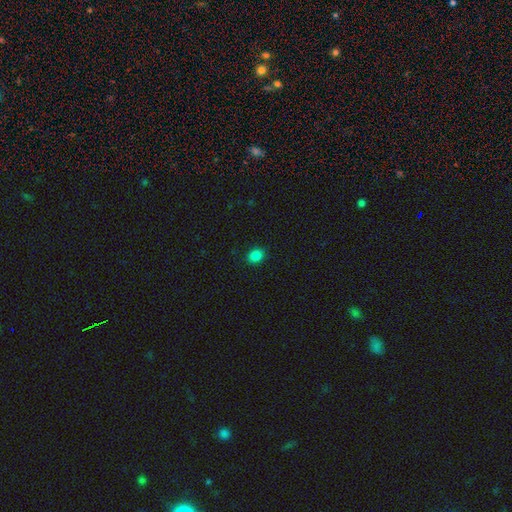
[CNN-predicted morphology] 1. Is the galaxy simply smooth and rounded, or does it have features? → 85% smooth, 12% star or artifact, 3% featured or disk.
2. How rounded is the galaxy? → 62% round, 37% in between, 1% cigar-shaped.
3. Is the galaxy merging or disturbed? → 90% none, 7% minor disturbance, 2% major disturbance, 1% merger.